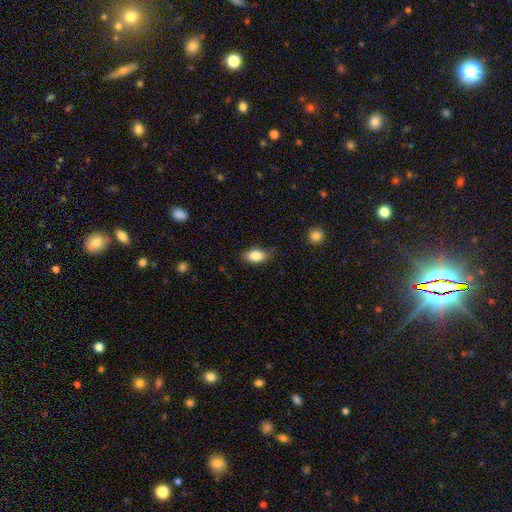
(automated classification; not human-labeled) Morphology: type=smooth (83%); roundness=in between (89%); merging=none (75%).